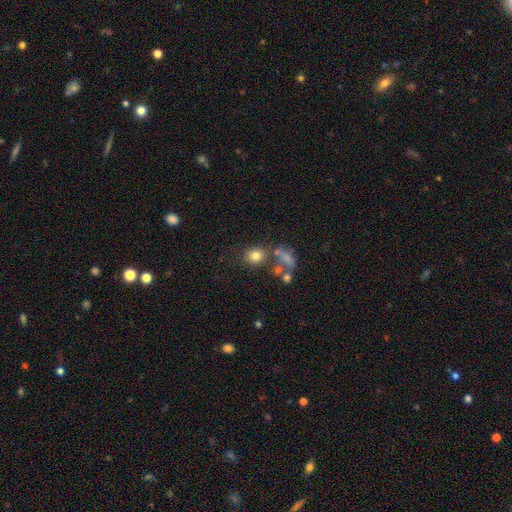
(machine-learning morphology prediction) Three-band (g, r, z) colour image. It shows a smooth galaxy with no disk features (77%) that is round (74%). Merging: none (63%).